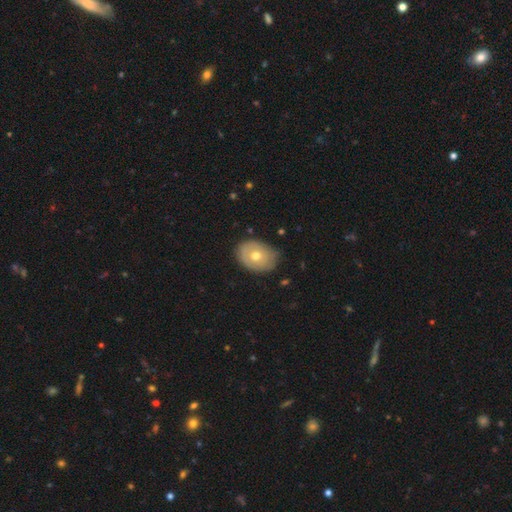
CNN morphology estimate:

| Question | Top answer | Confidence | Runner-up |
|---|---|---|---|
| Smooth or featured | smooth | 55% | featured or disk (38%) |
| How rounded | in between | 61% | round (38%) |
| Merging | none | 73% | minor disturbance (22%) |